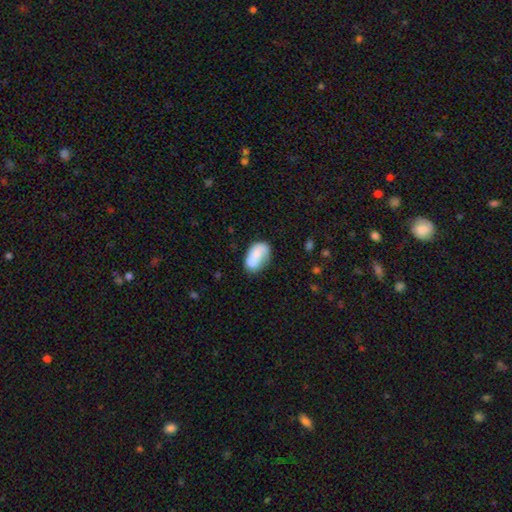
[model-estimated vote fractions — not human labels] Q: Smooth or featured?
A: smooth (65%); runner-up: featured or disk (27%)
Q: How rounded?
A: in between (90%); runner-up: round (8%)
Q: Merging?
A: none (54%); runner-up: minor disturbance (25%)